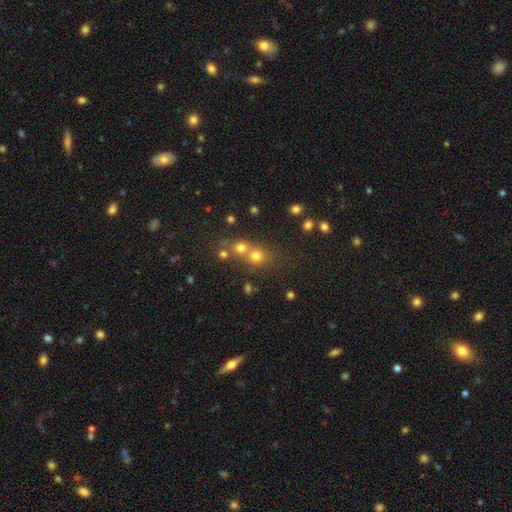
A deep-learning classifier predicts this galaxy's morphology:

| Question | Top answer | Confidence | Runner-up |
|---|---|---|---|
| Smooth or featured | smooth | 65% | star or artifact (23%) |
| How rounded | round | 85% | in between (14%) |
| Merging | merger | 47% | none (44%) |